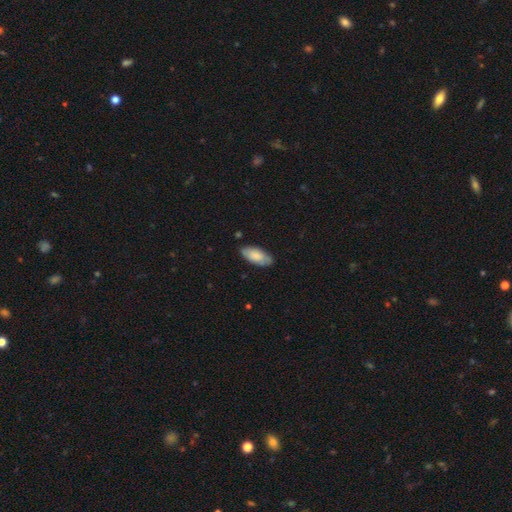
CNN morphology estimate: Smooth or featured?
  - smooth: 77% *
  - featured or disk: 17%
  - star or artifact: 6%
How rounded?
  - in between: 90% *
  - cigar-shaped: 8%
  - round: 2%
Merging?
  - none: 78% *
  - minor disturbance: 17%
  - major disturbance: 3%
  - merger: 2%